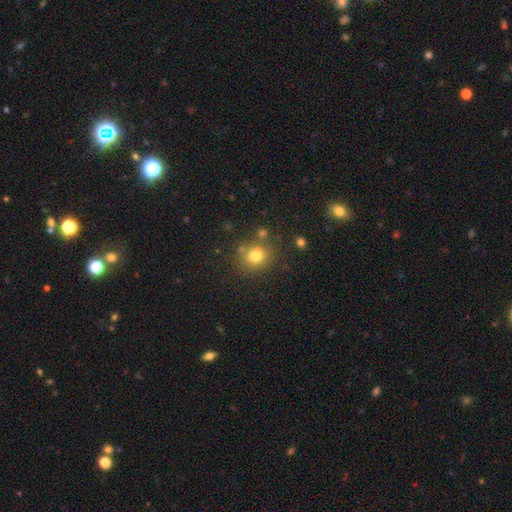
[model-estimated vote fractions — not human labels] Morphology: type=smooth (78%); roundness=round (80%); merging=none (74%).